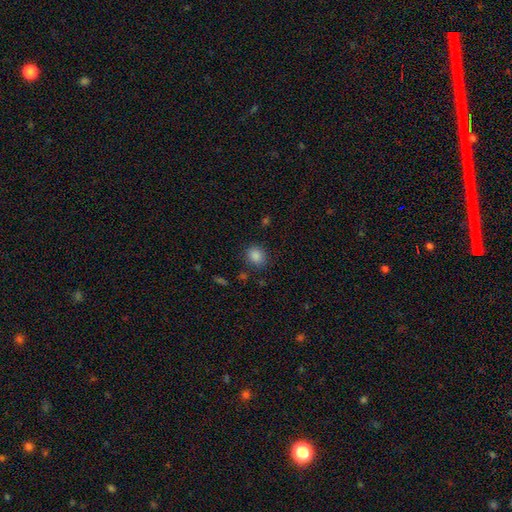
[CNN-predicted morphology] smooth-or-featured: smooth: 85% | star or artifact: 10% | featured or disk: 4%
  how-rounded: round: 63% | in between: 36% | cigar-shaped: 1%
  merging: none: 84% | minor disturbance: 10% | major disturbance: 4% | merger: 2%